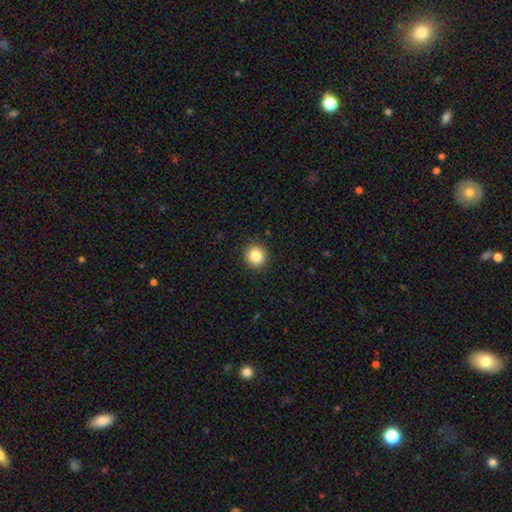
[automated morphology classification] Smooth or featured? Predicted: smooth (p=0.84). How rounded? Predicted: round (p=0.93). Merging? Predicted: none (p=0.91).